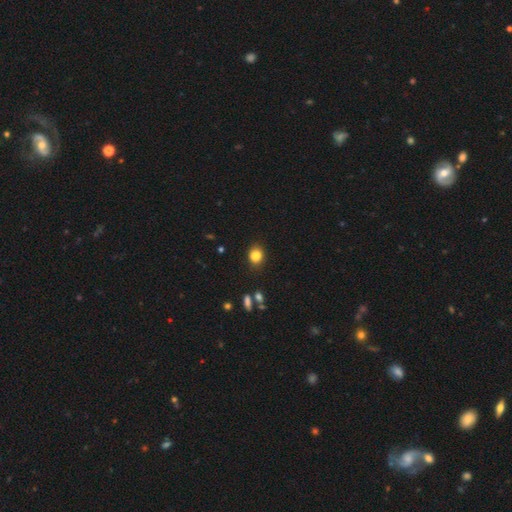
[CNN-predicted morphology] A smooth galaxy with no disk features (84%) that is round (59%).

Vote fractions:
- Smooth or featured? smooth: 84% / star or artifact: 11% / featured or disk: 5%
- How rounded? round: 59% / in between: 40% / cigar-shaped: 1%
- Merging? none: 79% / minor disturbance: 14% / major disturbance: 3% / merger: 3%